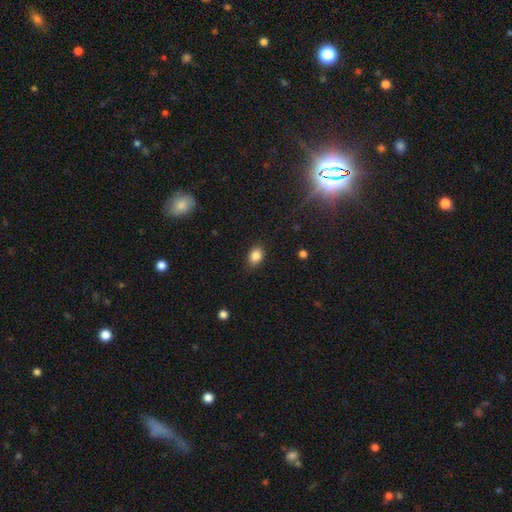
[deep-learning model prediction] A smooth galaxy with no disk features (85%) that is in between round and cigar-shaped (71%). Merging: none (83%).